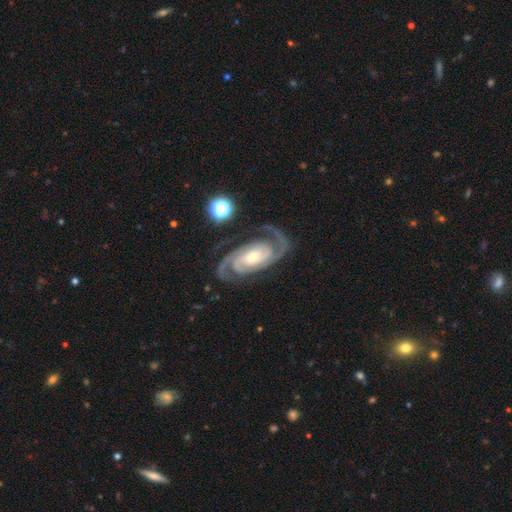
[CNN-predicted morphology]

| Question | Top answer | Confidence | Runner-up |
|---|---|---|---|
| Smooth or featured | featured or disk | 93% | star or artifact (4%) |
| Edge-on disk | no | 97% | yes (3%) |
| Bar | no | 52% | weak (30%) |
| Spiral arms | yes | 99% | no (1%) |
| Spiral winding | tight | 60% | medium (35%) |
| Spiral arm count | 2 | 79% | 3 (10%) |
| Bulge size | moderate | 55% | small (38%) |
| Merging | none | 81% | minor disturbance (12%) |